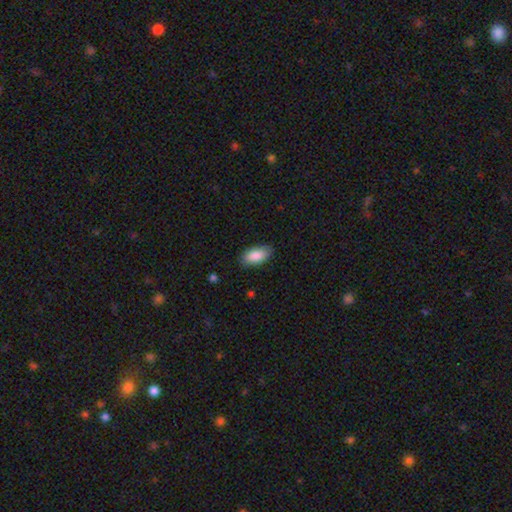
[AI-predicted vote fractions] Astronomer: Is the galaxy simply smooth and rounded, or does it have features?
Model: smooth — 88%.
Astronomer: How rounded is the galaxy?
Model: in between — 93%.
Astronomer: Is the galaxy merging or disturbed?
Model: none — 85%.